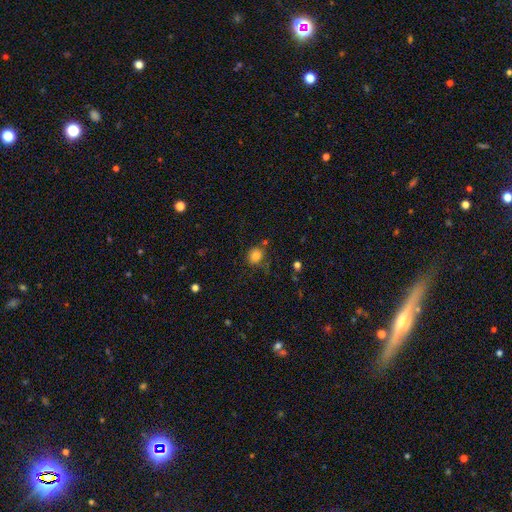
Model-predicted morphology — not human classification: This is clearly a smooth galaxy (80%). How rounded: likely round (73%). Merging: likely none (66%).